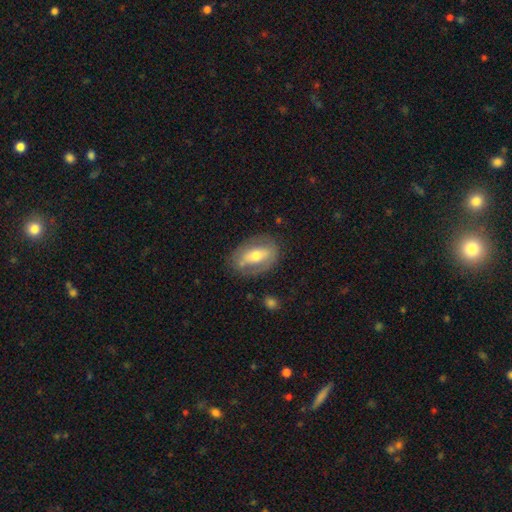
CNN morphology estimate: Smooth or featured? featured or disk (51%)
Edge-on disk? no (86%)
Merging? none (73%)